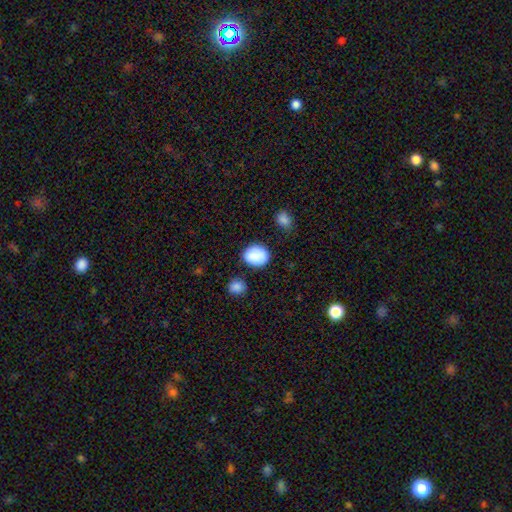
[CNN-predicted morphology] smooth-or-featured: smooth: 88% | star or artifact: 8% | featured or disk: 5%
  how-rounded: in between: 50% | round: 49% | cigar-shaped: 1%
  merging: none: 78% | minor disturbance: 14% | merger: 5% | major disturbance: 4%